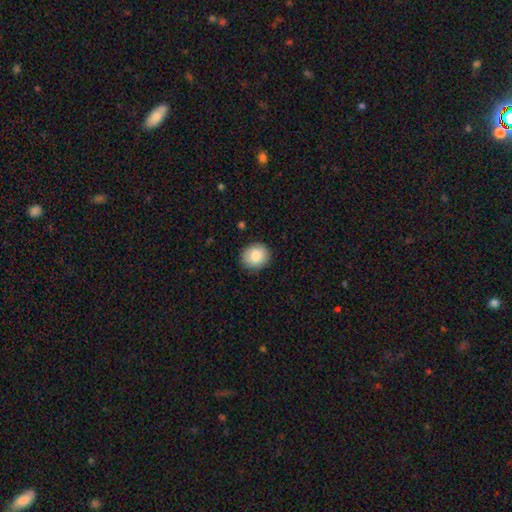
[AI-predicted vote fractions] Smooth or featured? Predicted: smooth (p=0.86). How rounded? Predicted: round (p=0.72). Merging? Predicted: none (p=0.88).